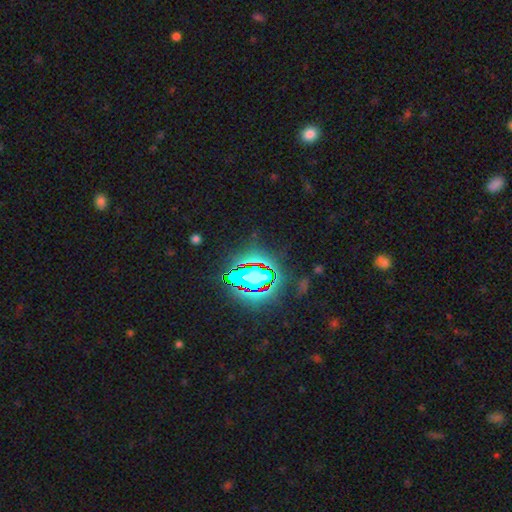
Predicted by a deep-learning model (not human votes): Morphology: type=star or artifact (74%).